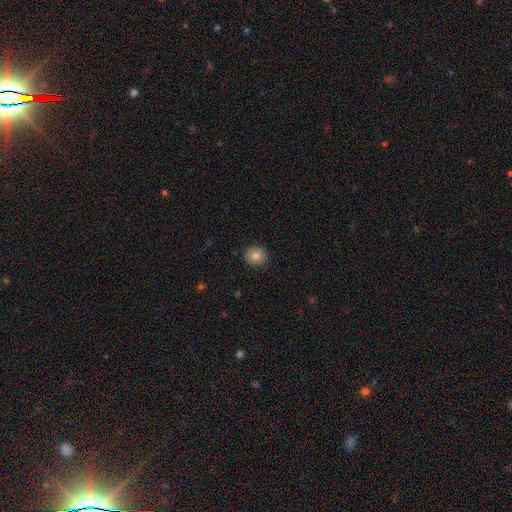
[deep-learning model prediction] smooth_or_featured: smooth (p=0.81) [alt: featured or disk p=0.09]
how_rounded: round (p=0.88) [alt: in between p=0.11]
merging: none (p=0.89) [alt: minor disturbance p=0.08]